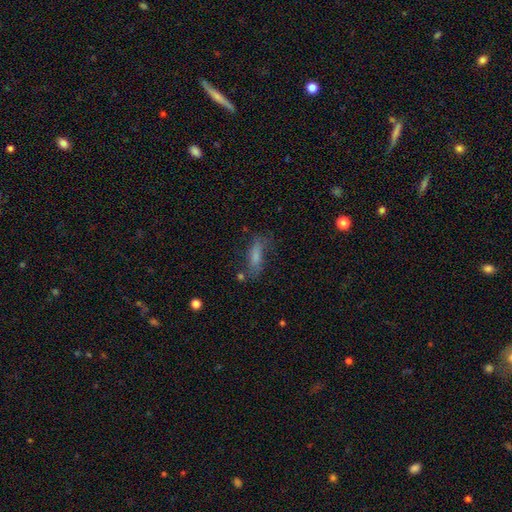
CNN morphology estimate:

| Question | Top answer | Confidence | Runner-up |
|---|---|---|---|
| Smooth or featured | smooth | 51% | featured or disk (32%) |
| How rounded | cigar-shaped | 54% | in between (42%) |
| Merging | none | 61% | minor disturbance (22%) |